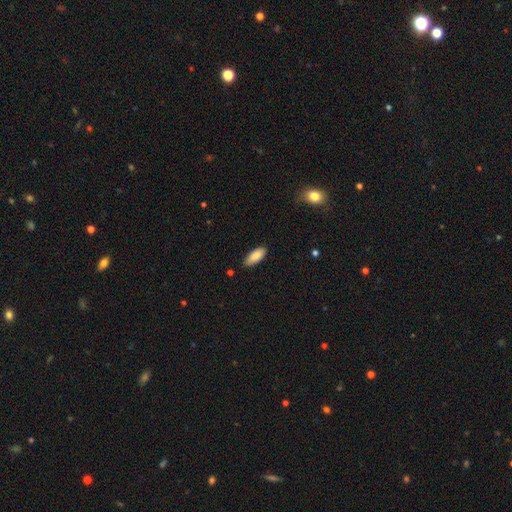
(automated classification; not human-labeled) This is clearly a smooth galaxy (87%). How rounded: clearly in between (80%). Merging: clearly none (83%).